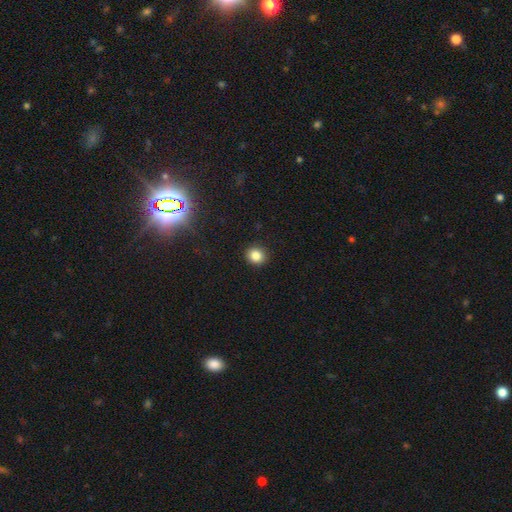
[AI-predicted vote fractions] smooth_or_featured: smooth (p=0.84) [alt: star or artifact p=0.11]
how_rounded: round (p=0.82) [alt: in between p=0.17]
merging: none (p=0.92) [alt: minor disturbance p=0.06]